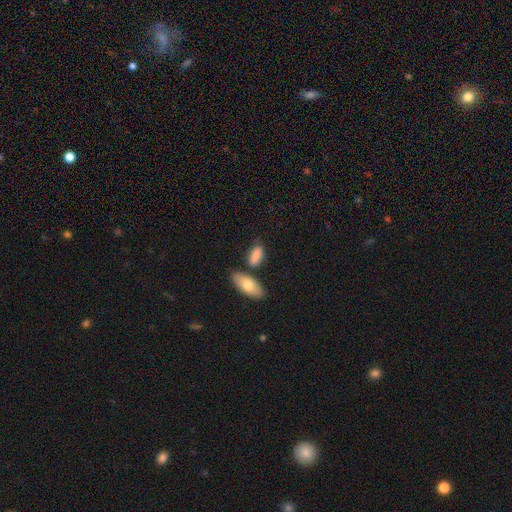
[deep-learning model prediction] Morphology: type=smooth (84%); roundness=in between (84%); merging=none (65%).